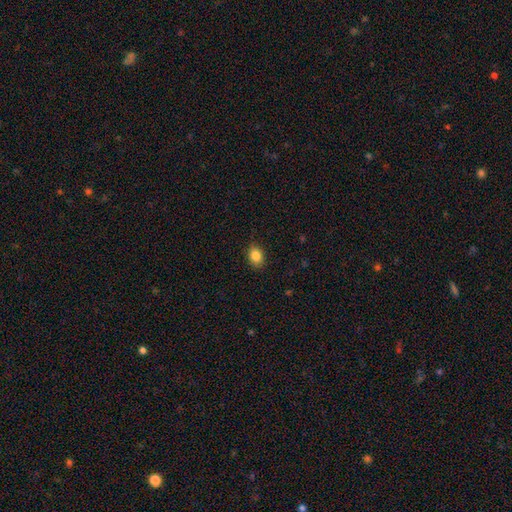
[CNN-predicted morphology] Q: Smooth or featured?
A: smooth (86%); runner-up: star or artifact (9%)
Q: How rounded?
A: in between (68%); runner-up: round (31%)
Q: Merging?
A: none (88%); runner-up: minor disturbance (9%)